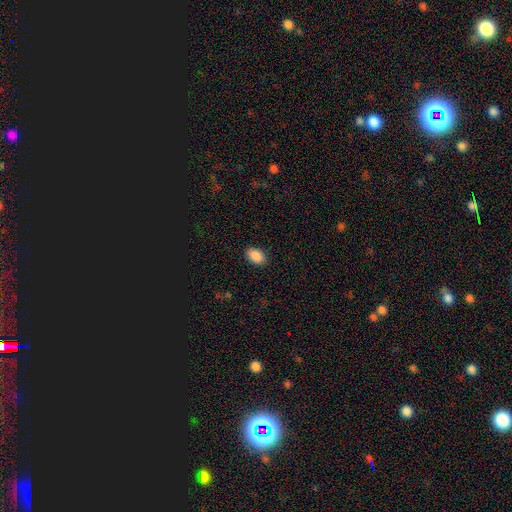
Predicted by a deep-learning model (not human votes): Smooth or featured? smooth (90%)
How rounded? in between (89%)
Merging? none (88%)